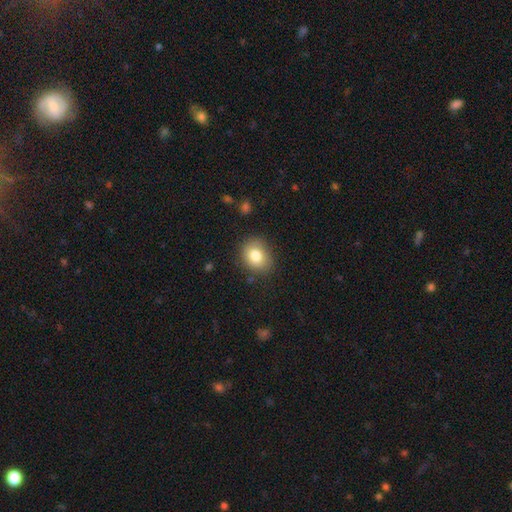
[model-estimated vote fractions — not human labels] This is clearly a smooth galaxy (81%). How rounded: possibly round (56%). Merging: clearly none (81%).